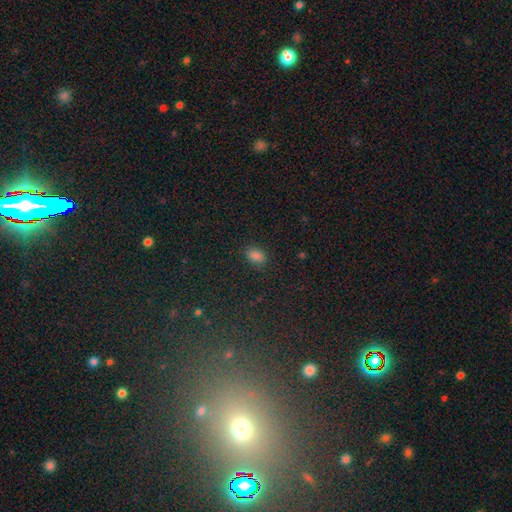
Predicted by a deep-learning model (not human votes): The model was most divided on "how rounded": in between: 80%, round: 18%, cigar-shaped: 2%. More confident: merging — none (86%); smooth or featured — smooth (80%).